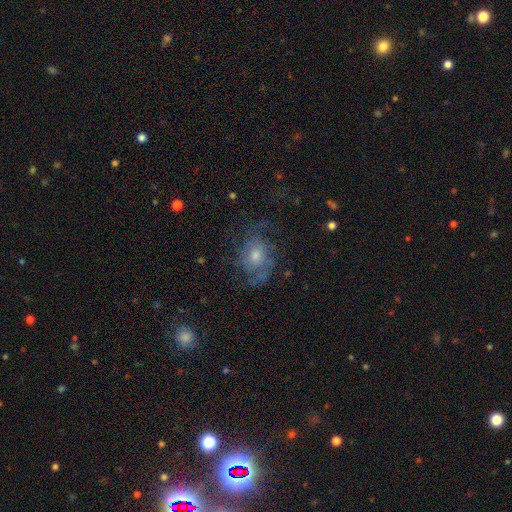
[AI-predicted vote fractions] Overall: featured or disk (67%). Edge-on disk: no (96%). Bar: no (77%). Spiral arms: yes (84%). Spiral arm count: can't tell (37%; 2 29%). Spiral winding: medium (43%; tight 33%). Bulge size: moderate (50%; small 39%). Merging: none (59%; major disturbance 20%).